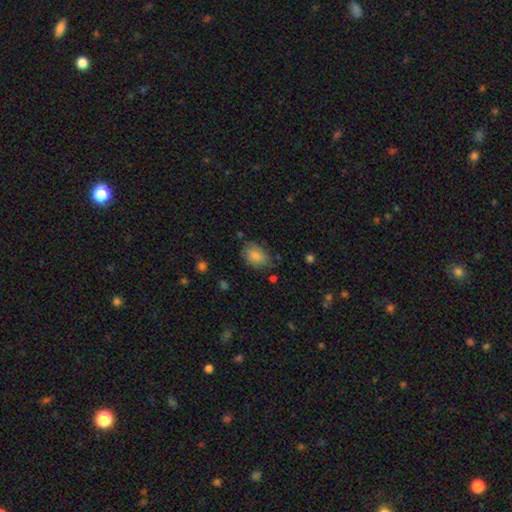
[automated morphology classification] A smooth galaxy with no disk features (84%) that is in between round and cigar-shaped (84%). Merging: none (70%).